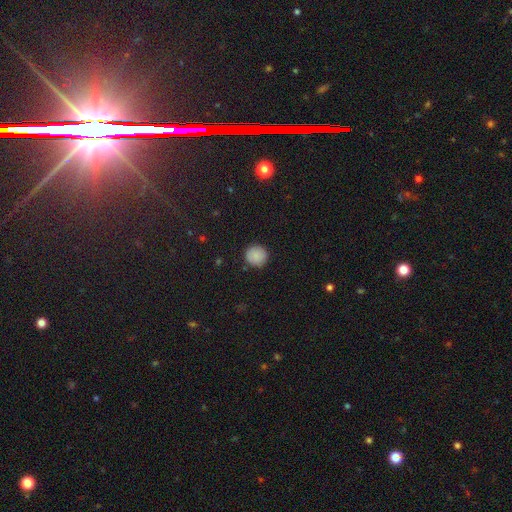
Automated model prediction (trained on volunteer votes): Smooth or featured?
  - smooth: 88% *
  - star or artifact: 9%
  - featured or disk: 3%
How rounded?
  - round: 94% *
  - in between: 5%
  - cigar-shaped: 1%
Merging?
  - none: 90% *
  - minor disturbance: 7%
  - major disturbance: 2%
  - merger: 1%